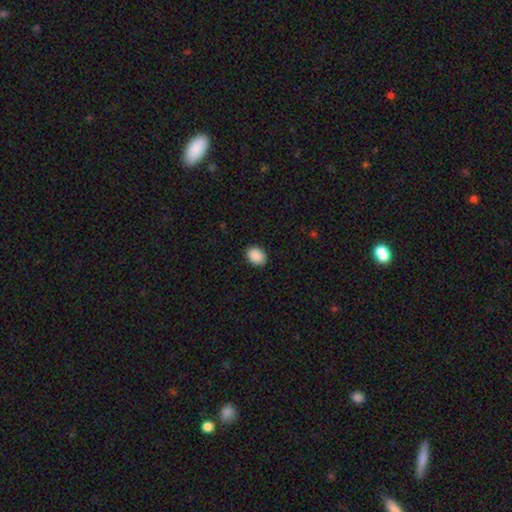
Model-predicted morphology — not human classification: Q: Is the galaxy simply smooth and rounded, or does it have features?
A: smooth — 90%.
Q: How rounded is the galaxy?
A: in between — 67%.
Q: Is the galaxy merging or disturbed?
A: none — 89%.